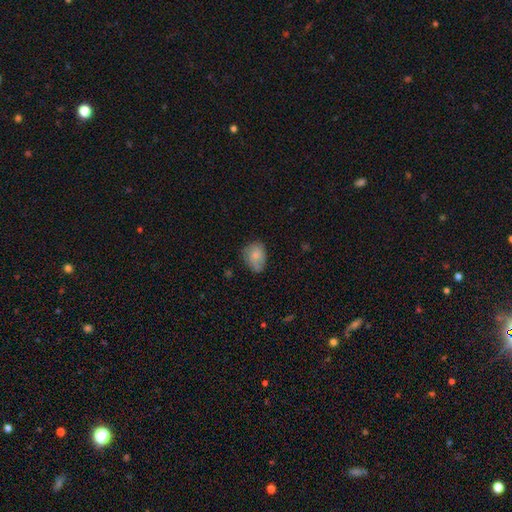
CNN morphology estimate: smooth_or_featured: smooth (p=0.75) [alt: featured or disk p=0.17]
how_rounded: in between (p=0.61) [alt: round p=0.38]
merging: none (p=0.57) [alt: minor disturbance p=0.32]